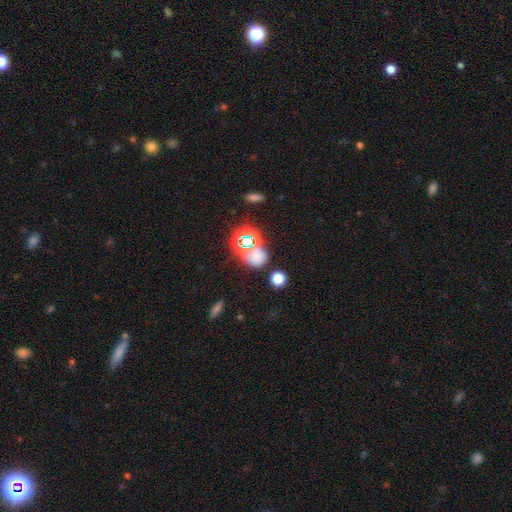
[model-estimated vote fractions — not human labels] Smooth or featured? smooth (49%)
Merging? none (51%)